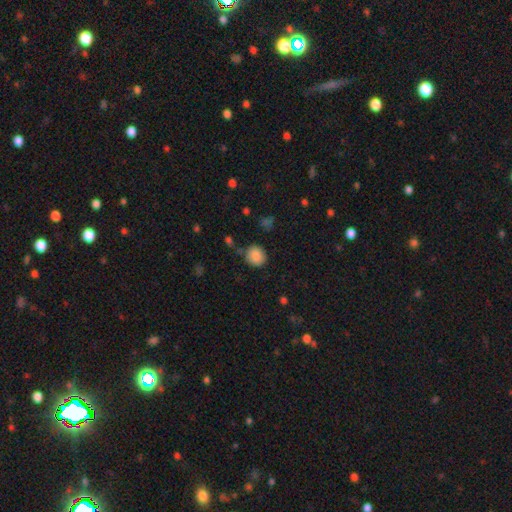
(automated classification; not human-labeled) Smooth or featured? Predicted: smooth (p=0.87). How rounded? Predicted: round (p=0.84). Merging? Predicted: none (p=0.79).